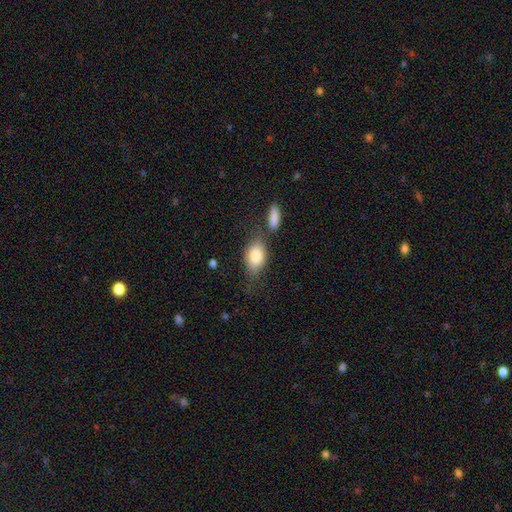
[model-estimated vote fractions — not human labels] Smooth or featured? Predicted: smooth (p=0.81). How rounded? Predicted: in between (p=0.87). Merging? Predicted: none (p=0.55).